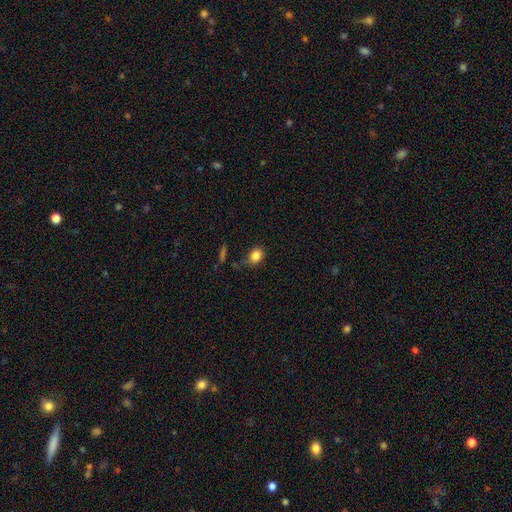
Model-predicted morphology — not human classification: Q: Smooth or featured?
A: smooth (84%); runner-up: star or artifact (10%)
Q: How rounded?
A: in between (53%); runner-up: round (46%)
Q: Merging?
A: none (64%); runner-up: minor disturbance (24%)